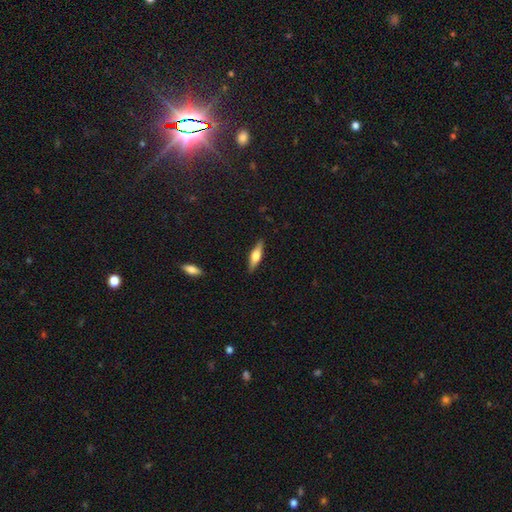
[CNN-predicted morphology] This is possibly a featured or disk galaxy (48%). Merging: clearly none (88%).